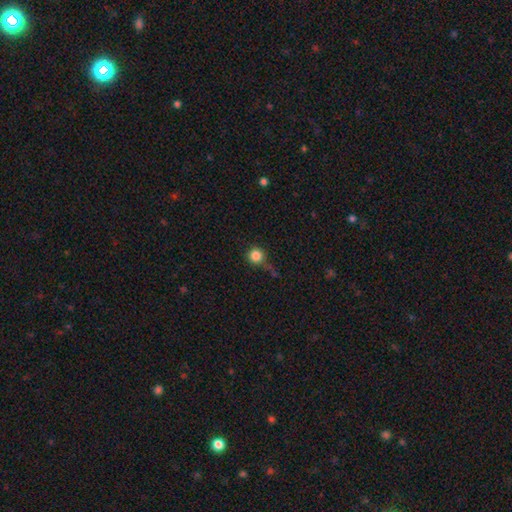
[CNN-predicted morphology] A smooth galaxy with no disk features (84%) that is round (94%).

Vote fractions:
- Smooth or featured? smooth: 84% / star or artifact: 11% / featured or disk: 6%
- How rounded? round: 94% / in between: 5% / cigar-shaped: 1%
- Merging? none: 62% / minor disturbance: 21% / major disturbance: 10% / merger: 8%